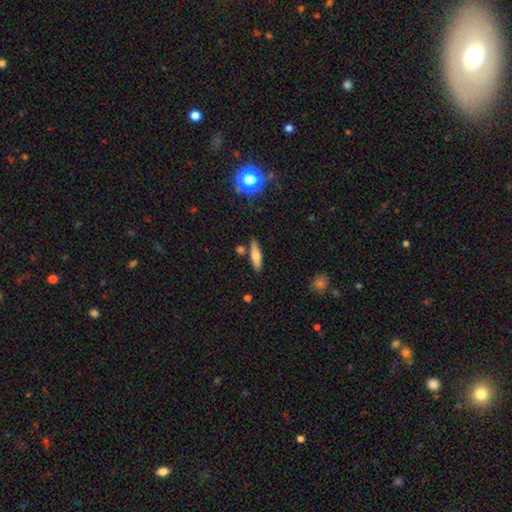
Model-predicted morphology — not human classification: This is likely a smooth galaxy (63%). How rounded: likely cigar-shaped (60%). Merging: likely none (77%).